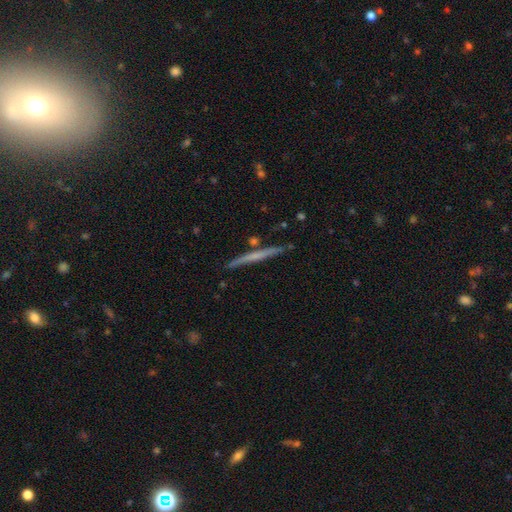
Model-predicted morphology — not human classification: Smooth or featured?
  - featured or disk: 57% *
  - smooth: 37%
  - star or artifact: 6%
Edge-on disk?
  - yes: 98% *
  - no: 2%
Edge-on bulge?
  - none: 76% *
  - rounded: 19%
  - boxy: 6%
Merging?
  - none: 88% *
  - minor disturbance: 8%
  - merger: 3%
  - major disturbance: 2%